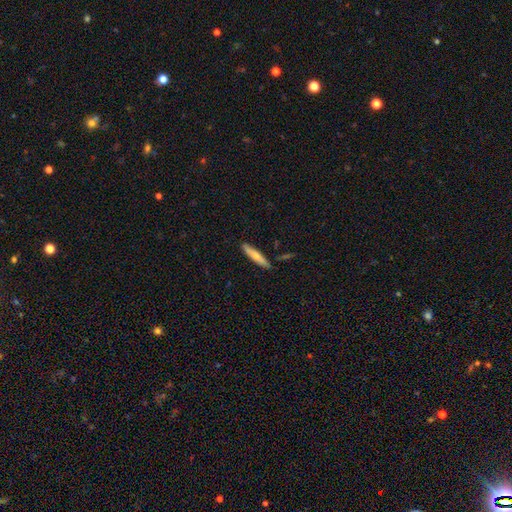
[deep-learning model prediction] Smooth or featured?
  - smooth: 63% *
  - featured or disk: 32%
  - star or artifact: 6%
How rounded?
  - cigar-shaped: 87% *
  - in between: 11%
  - round: 2%
Merging?
  - none: 84% *
  - minor disturbance: 11%
  - merger: 3%
  - major disturbance: 2%